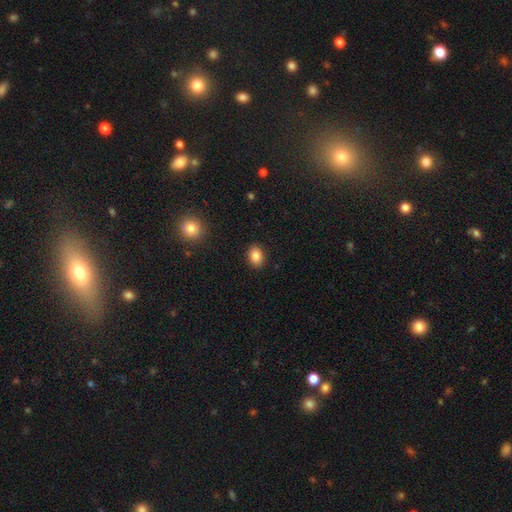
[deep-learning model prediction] Smooth or featured?
  - smooth: 86% *
  - star or artifact: 9%
  - featured or disk: 5%
How rounded?
  - in between: 66% *
  - round: 33%
  - cigar-shaped: 1%
Merging?
  - none: 90% *
  - minor disturbance: 7%
  - major disturbance: 2%
  - merger: 1%